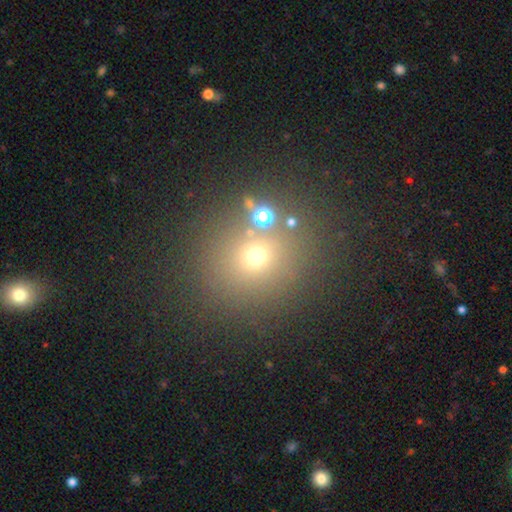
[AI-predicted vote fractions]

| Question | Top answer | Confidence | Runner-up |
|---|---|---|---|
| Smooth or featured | smooth | 61% | star or artifact (27%) |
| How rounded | round | 84% | in between (15%) |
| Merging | none | 75% | merger (12%) |